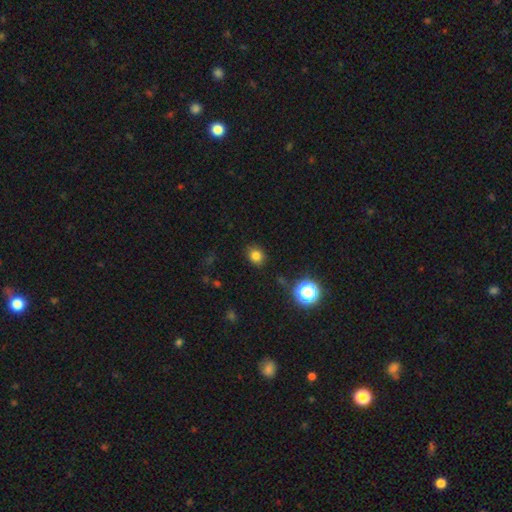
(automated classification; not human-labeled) Overall: smooth (80%). How rounded: round (68%; in between 31%). Merging: none (86%).